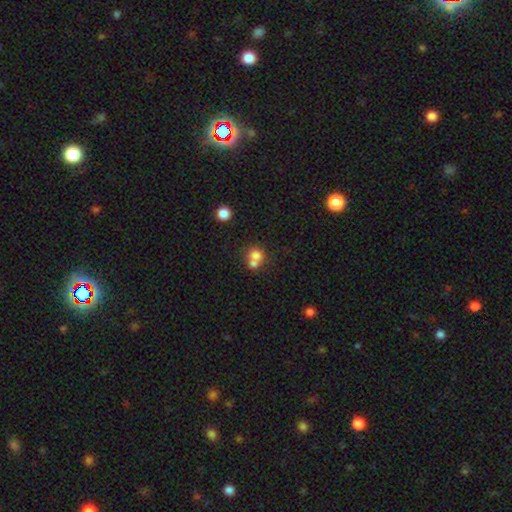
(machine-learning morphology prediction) A smooth galaxy with no disk features (72%) that is round (76%).

Vote fractions:
- Smooth or featured? smooth: 72% / featured or disk: 15% / star or artifact: 12%
- How rounded? round: 76% / in between: 23% / cigar-shaped: 1%
- Merging? merger: 59% / none: 32% / minor disturbance: 6% / major disturbance: 3%